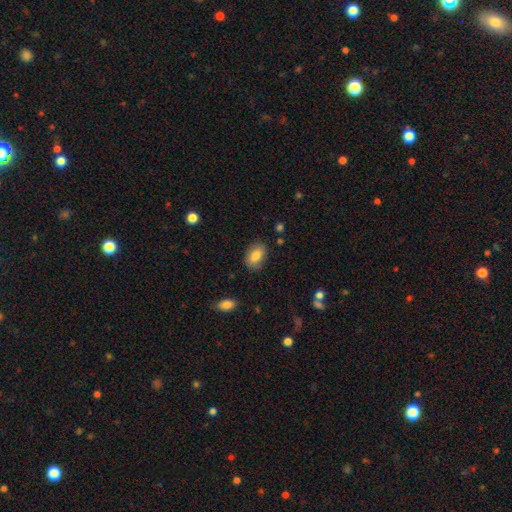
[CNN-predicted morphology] Smooth or featured? Predicted: smooth (p=0.82). How rounded? Predicted: in between (p=0.87). Merging? Predicted: none (p=0.82).